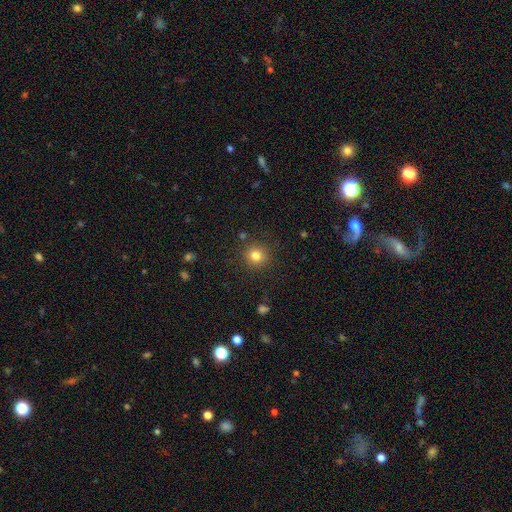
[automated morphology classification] Smooth or featured? smooth (80%)
How rounded? round (91%)
Merging? none (88%)